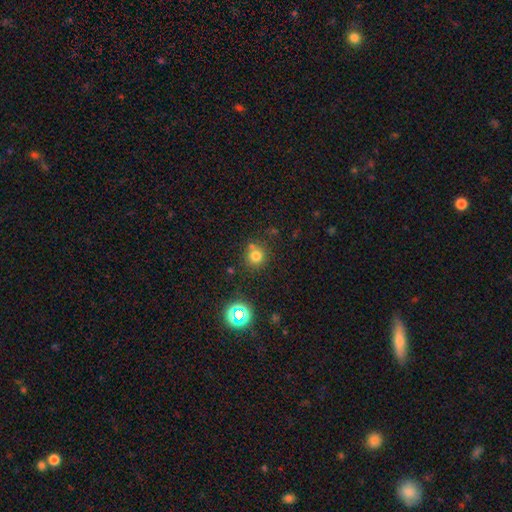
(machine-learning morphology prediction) This appears to be a smooth galaxy with no disk features (74%) that is round (90%). Merging: none (69%).